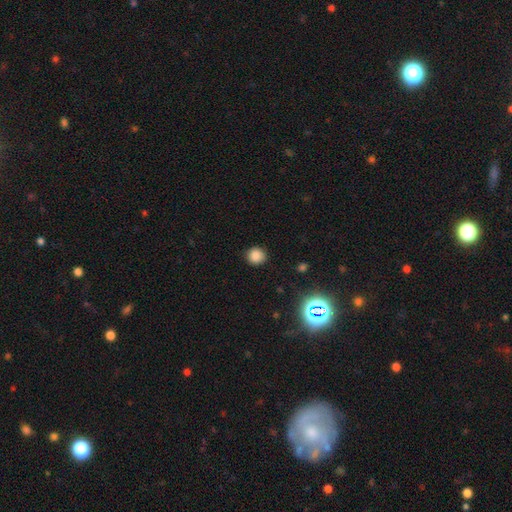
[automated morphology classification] smooth_or_featured: smooth (p=0.83) [alt: star or artifact p=0.13]
how_rounded: round (p=0.88) [alt: in between p=0.11]
merging: none (p=0.86) [alt: minor disturbance p=0.10]